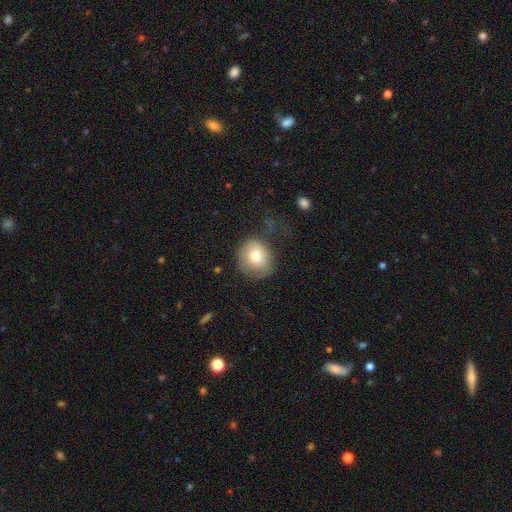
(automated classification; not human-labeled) smooth-or-featured: smooth: 79% | featured or disk: 13% | star or artifact: 8%
  how-rounded: round: 73% | in between: 26% | cigar-shaped: 1%
  merging: none: 56% | minor disturbance: 25% | major disturbance: 16% | merger: 3%